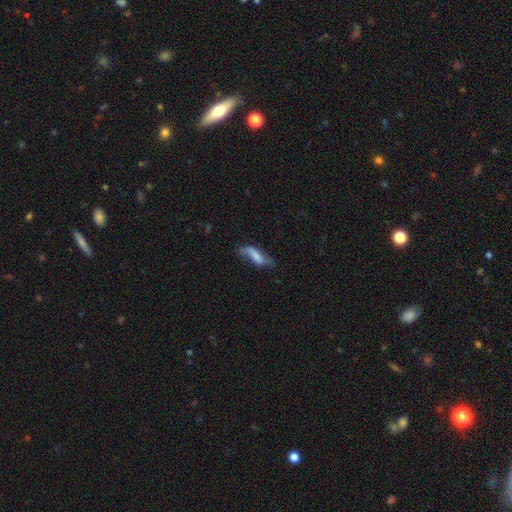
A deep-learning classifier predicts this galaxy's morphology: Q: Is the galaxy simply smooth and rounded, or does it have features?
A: smooth — 50%.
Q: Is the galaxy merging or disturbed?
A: none — 47%.